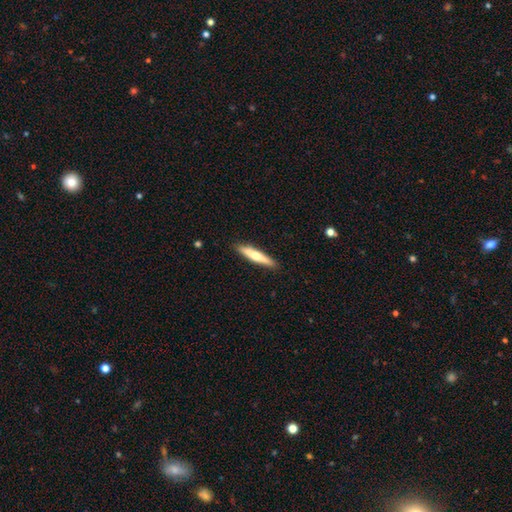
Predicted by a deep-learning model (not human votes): A smooth galaxy with no disk features (49%).

Vote fractions:
- Smooth or featured? smooth: 49% / featured or disk: 46% / star or artifact: 5%
- Merging? none: 90% / minor disturbance: 7% / major disturbance: 1% / merger: 1%